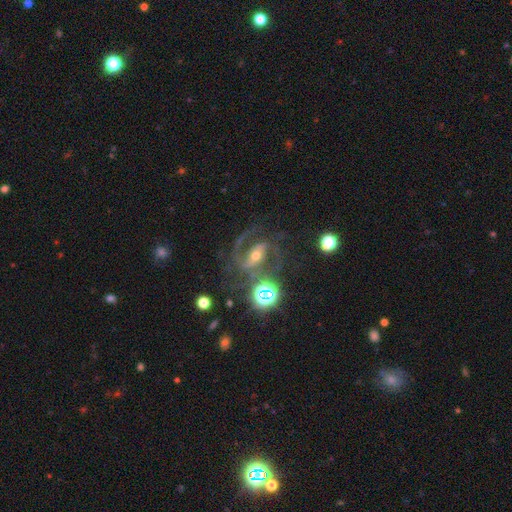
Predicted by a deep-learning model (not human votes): Smooth or featured?
  - featured or disk: 81% *
  - star or artifact: 12%
  - smooth: 7%
Edge-on disk?
  - no: 96% *
  - yes: 4%
Bar?
  - strong: 55% *
  - weak: 29%
  - no: 17%
Spiral arms?
  - yes: 95% *
  - no: 5%
Spiral winding?
  - medium: 59% *
  - loose: 22%
  - tight: 19%
Spiral arm count?
  - 2: 80% *
  - 1: 7%
  - can't tell: 5%
  - 3: 4%
  - 4: 2%
  - more than 4: 2%
Bulge size?
  - moderate: 57% *
  - small: 36%
  - large: 4%
  - none: 1%
  - dominant: 1%
Merging?
  - none: 62% *
  - major disturbance: 18%
  - minor disturbance: 15%
  - merger: 5%